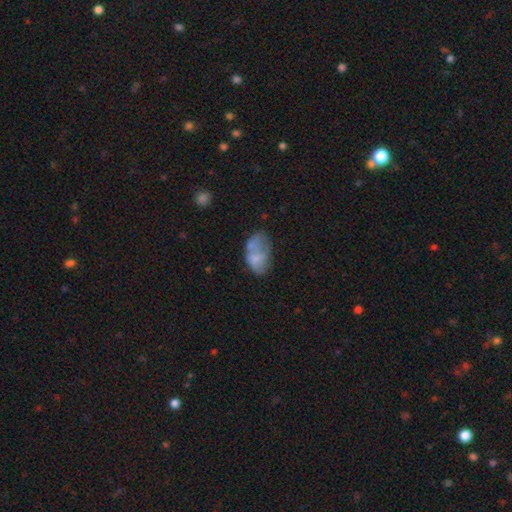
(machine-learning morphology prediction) This is likely a smooth galaxy (62%). How rounded: clearly in between (90%). Merging: marginally none (31%).